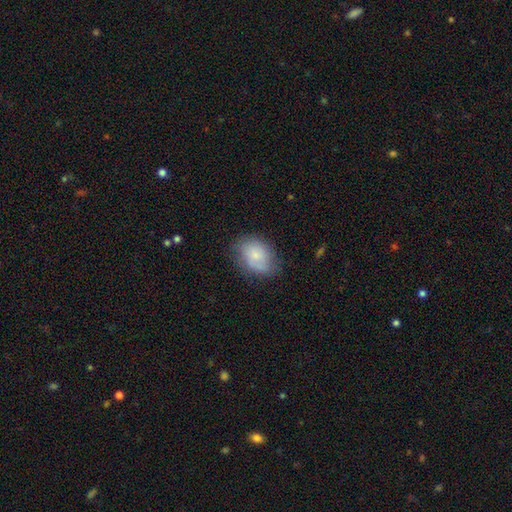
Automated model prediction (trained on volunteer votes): smooth-or-featured: smooth: 68% | featured or disk: 24% | star or artifact: 8%
  how-rounded: in between: 76% | round: 23% | cigar-shaped: 1%
  merging: none: 63% | minor disturbance: 26% | major disturbance: 8% | merger: 2%